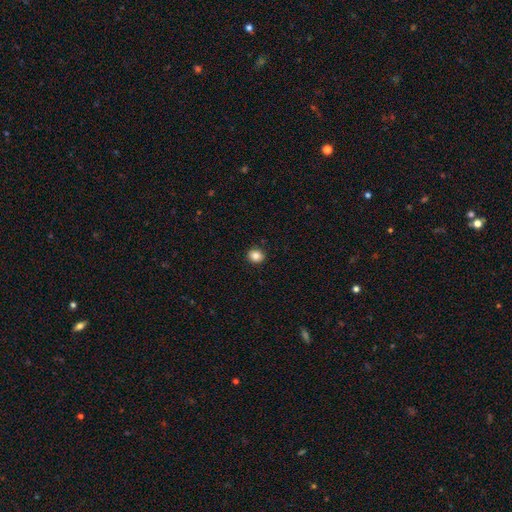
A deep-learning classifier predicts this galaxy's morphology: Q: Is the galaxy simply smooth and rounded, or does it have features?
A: smooth — 84%.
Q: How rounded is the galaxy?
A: round — 69%.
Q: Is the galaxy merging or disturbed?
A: none — 90%.